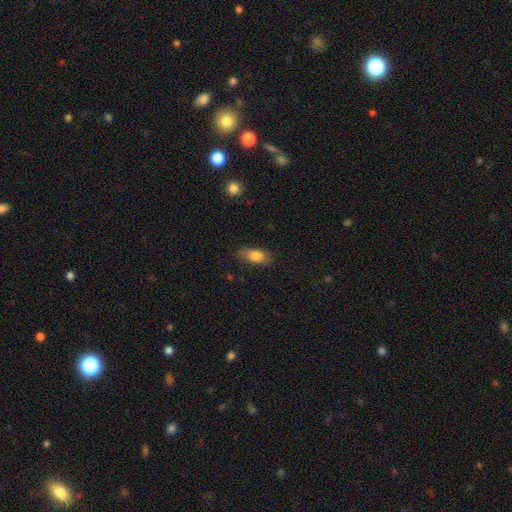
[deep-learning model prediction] This appears to be a smooth galaxy with no disk features (81%) that is in between round and cigar-shaped (83%). Merging: none (80%).